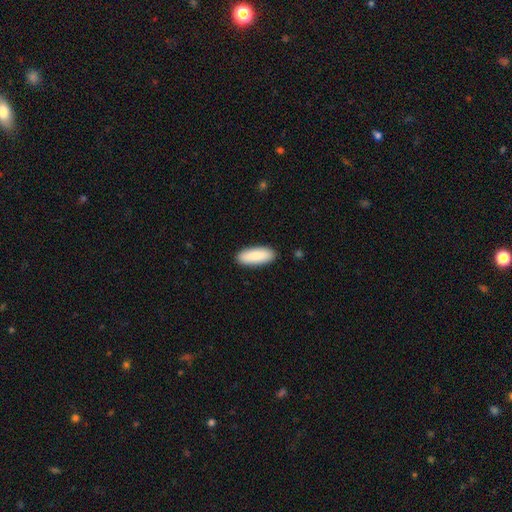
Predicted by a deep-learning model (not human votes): The model was most divided on "how rounded": in between: 72%, cigar-shaped: 26%, round: 2%. More confident: merging — none (90%); smooth or featured — smooth (89%).